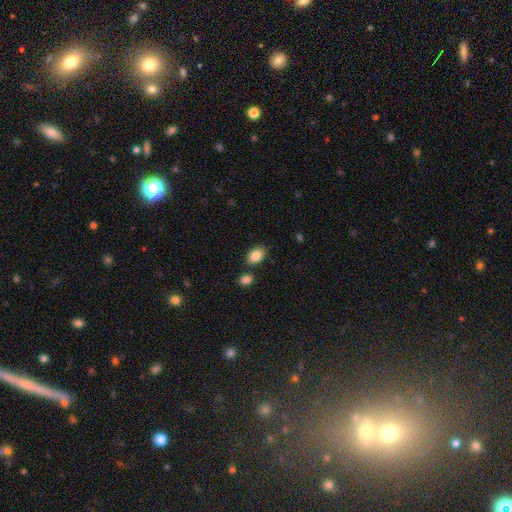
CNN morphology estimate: Smooth or featured?
  - smooth: 86% *
  - star or artifact: 8%
  - featured or disk: 6%
How rounded?
  - in between: 81% *
  - round: 18%
  - cigar-shaped: 1%
Merging?
  - none: 77% *
  - minor disturbance: 12%
  - merger: 9%
  - major disturbance: 3%